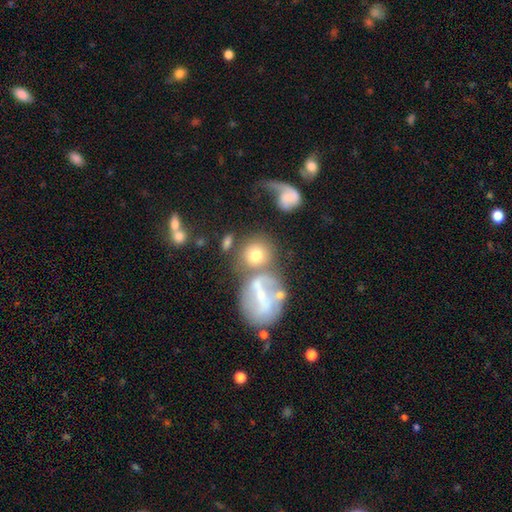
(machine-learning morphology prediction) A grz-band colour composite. It shows a smooth galaxy with no disk features (64%) that is round (79%). Merging: none (38%).